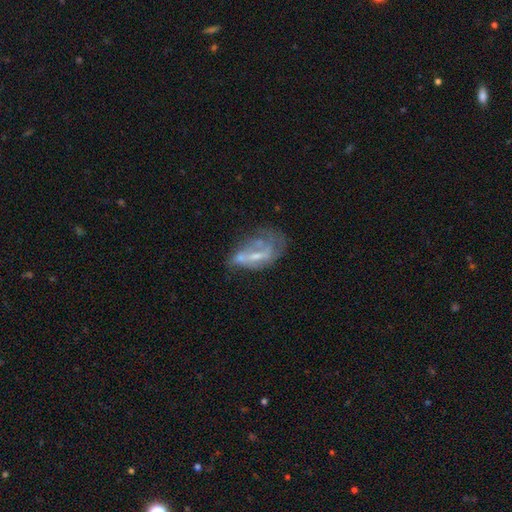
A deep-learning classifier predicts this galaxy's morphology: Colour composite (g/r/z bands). It shows a featured or disk galaxy (66%) with a weak bar (41%), spiral arms (51%) and a small central bulge (46%). Merging: none (34%).